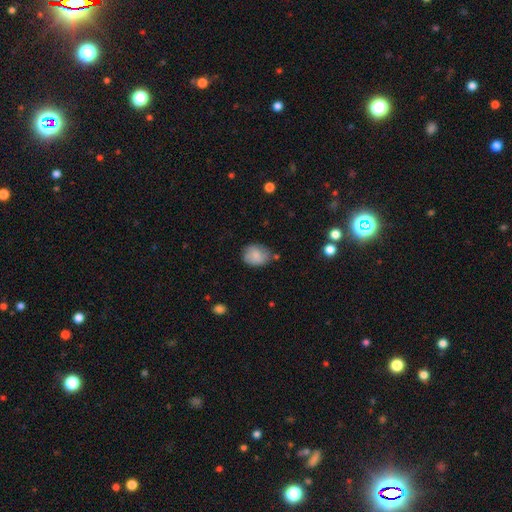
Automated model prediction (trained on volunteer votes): Morphology: type=smooth (79%); roundness=in between (57%); merging=none (63%).